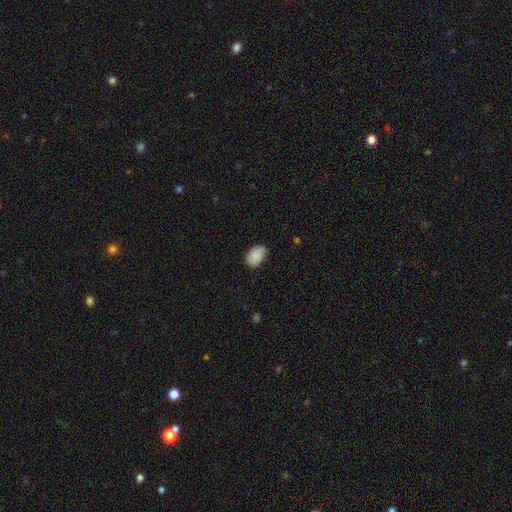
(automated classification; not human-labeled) Overall: smooth (88%). How rounded: in between (91%). Merging: none (76%).